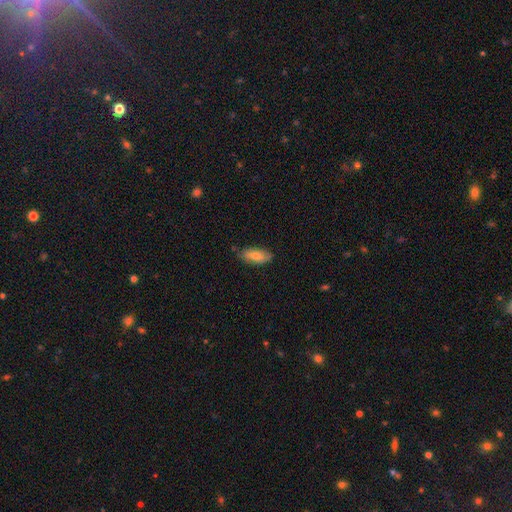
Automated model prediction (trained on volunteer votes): Smooth or featured?
  - smooth: 78% *
  - featured or disk: 16%
  - star or artifact: 6%
How rounded?
  - in between: 84% *
  - cigar-shaped: 14%
  - round: 2%
Merging?
  - none: 79% *
  - minor disturbance: 17%
  - major disturbance: 3%
  - merger: 2%